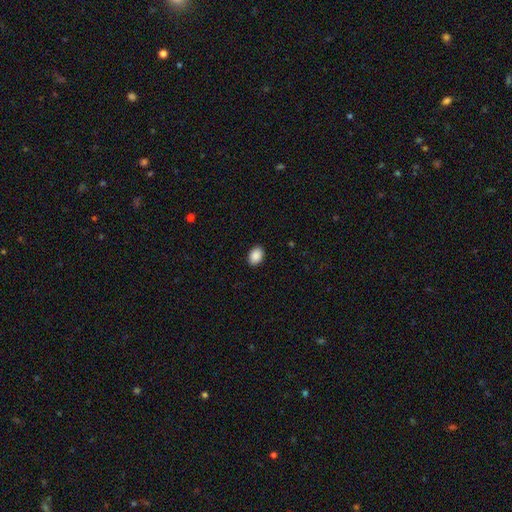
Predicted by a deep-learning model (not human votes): Smooth or featured? smooth (90%)
How rounded? in between (77%)
Merging? none (90%)